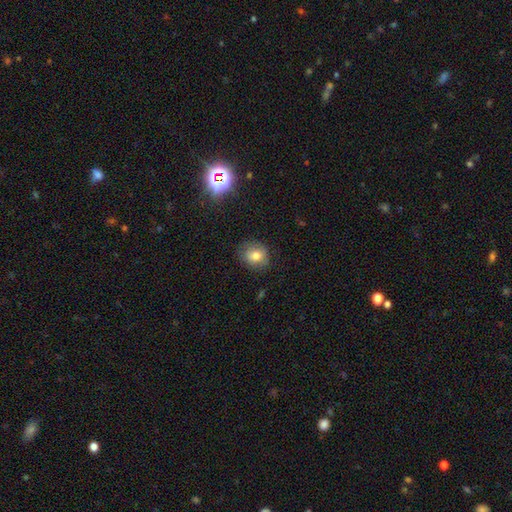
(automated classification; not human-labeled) A smooth galaxy with no disk features (77%) that is round (74%).

Vote fractions:
- Smooth or featured? smooth: 77% / featured or disk: 12% / star or artifact: 12%
- How rounded? round: 74% / in between: 25% / cigar-shaped: 1%
- Merging? none: 76% / minor disturbance: 18% / major disturbance: 5% / merger: 1%